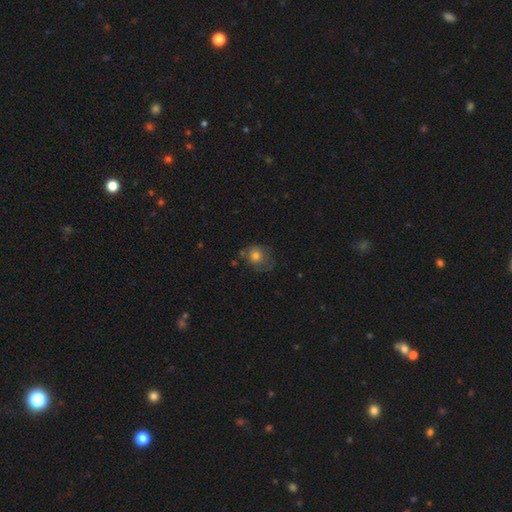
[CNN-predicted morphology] smooth-or-featured: smooth: 72% | featured or disk: 16% | star or artifact: 11%
  how-rounded: round: 73% | in between: 26% | cigar-shaped: 1%
  merging: none: 54% | minor disturbance: 27% | major disturbance: 15% | merger: 5%